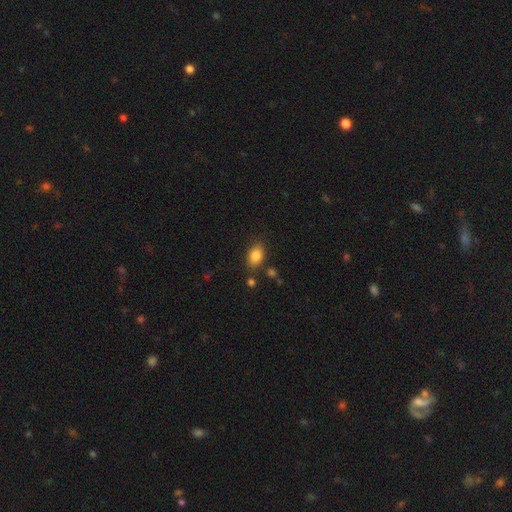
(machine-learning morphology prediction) A smooth galaxy with no disk features (85%) that is in between round and cigar-shaped (80%). Merging: none (78%).